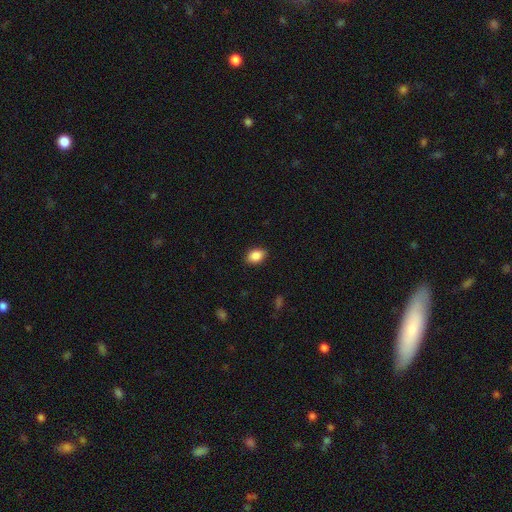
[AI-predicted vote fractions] A smooth galaxy with no disk features (88%) that is in between round and cigar-shaped (83%).

Vote fractions:
- Smooth or featured? smooth: 88% / star or artifact: 8% / featured or disk: 4%
- How rounded? in between: 83% / round: 16% / cigar-shaped: 1%
- Merging? none: 88% / minor disturbance: 9% / major disturbance: 2% / merger: 1%